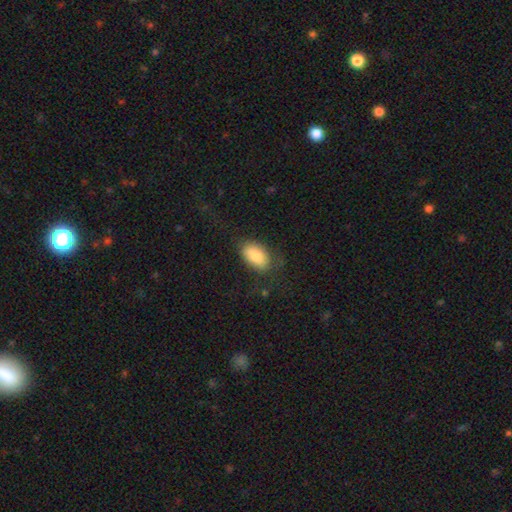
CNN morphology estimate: A smooth galaxy with no disk features (82%) that is in between round and cigar-shaped (93%). Merging: none (69%).